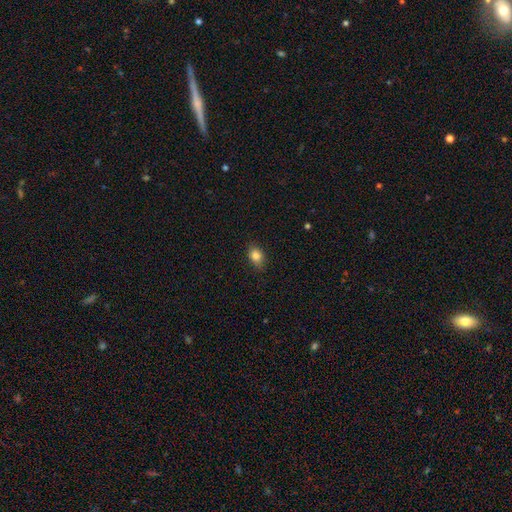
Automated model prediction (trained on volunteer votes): Smooth or featured? Predicted: smooth (p=0.83). How rounded? Predicted: in between (p=0.73). Merging? Predicted: none (p=0.82).